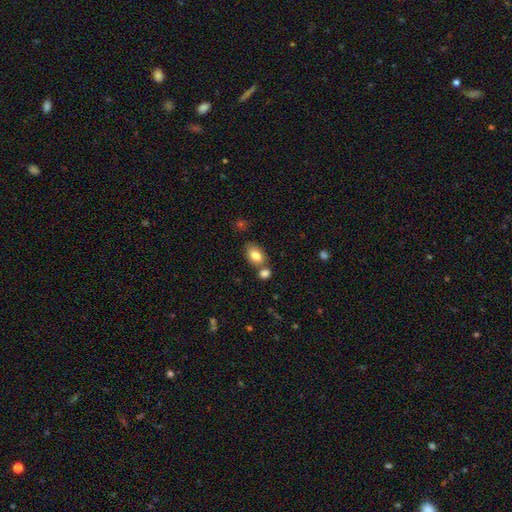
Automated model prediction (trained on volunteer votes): Morphology: type=smooth (82%); roundness=in between (86%); merging=none (60%).